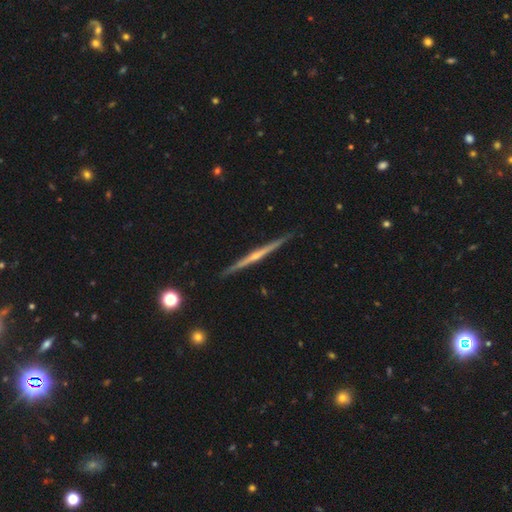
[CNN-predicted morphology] Smooth or featured? Predicted: featured or disk (p=0.81). Edge-on disk? Predicted: yes (p=0.99). Edge-on bulge? Predicted: rounded (p=0.66). Merging? Predicted: none (p=0.91).